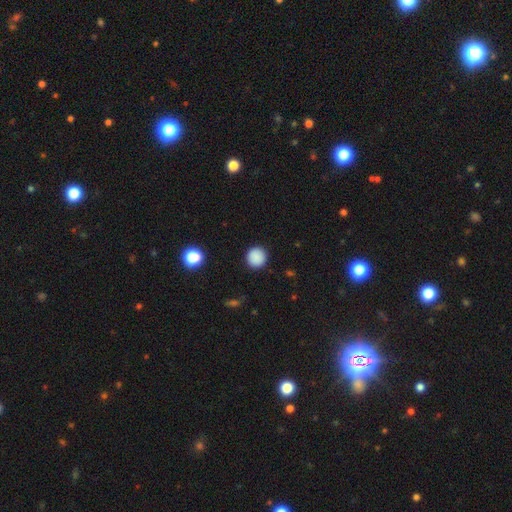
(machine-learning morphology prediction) A smooth galaxy with no disk features (88%) that is round (94%). Merging: none (92%).